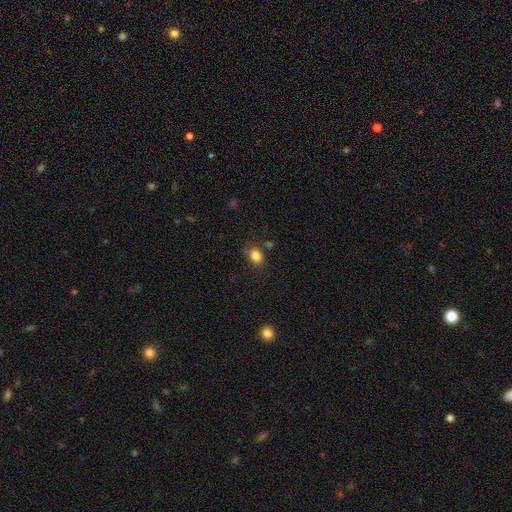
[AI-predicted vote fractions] smooth 84%, star or artifact 10%, featured or disk 6%. Down the decision tree: how rounded — in between (59%); merging — none (75%).